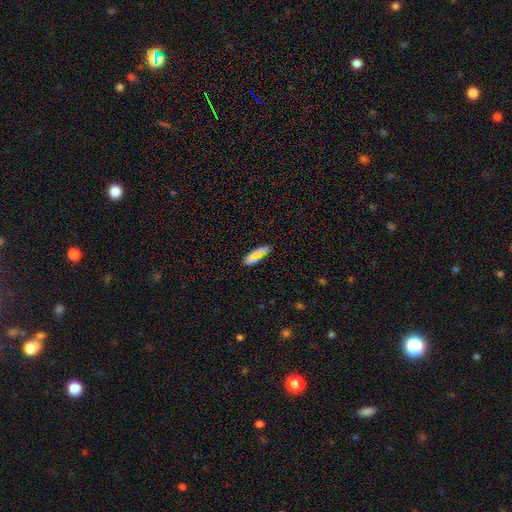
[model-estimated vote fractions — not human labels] Smooth or featured?
  - smooth: 68% *
  - star or artifact: 18%
  - featured or disk: 15%
How rounded?
  - in between: 48% *
  - cigar-shaped: 46%
  - round: 7%
Merging?
  - none: 81% *
  - minor disturbance: 11%
  - major disturbance: 4%
  - merger: 3%